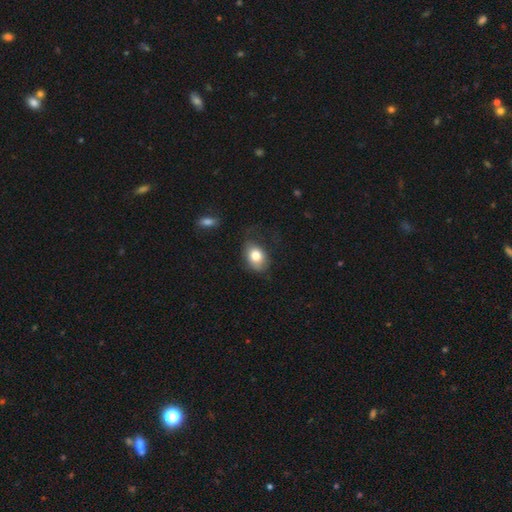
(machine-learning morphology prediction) smooth-or-featured: smooth: 78% | featured or disk: 14% | star or artifact: 9%
  how-rounded: in between: 73% | round: 26% | cigar-shaped: 1%
  merging: none: 58% | minor disturbance: 26% | major disturbance: 14% | merger: 2%